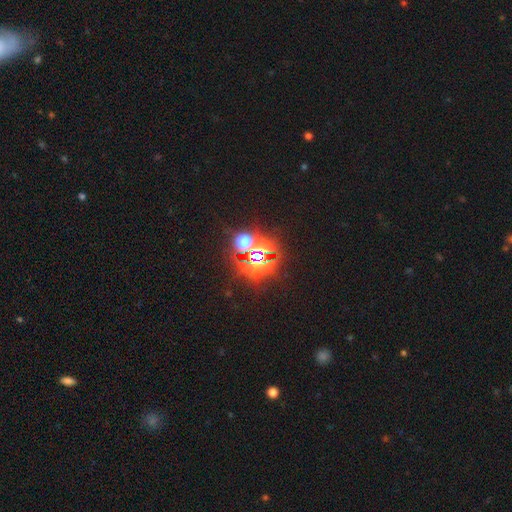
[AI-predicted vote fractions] Overall: star or artifact (76%).